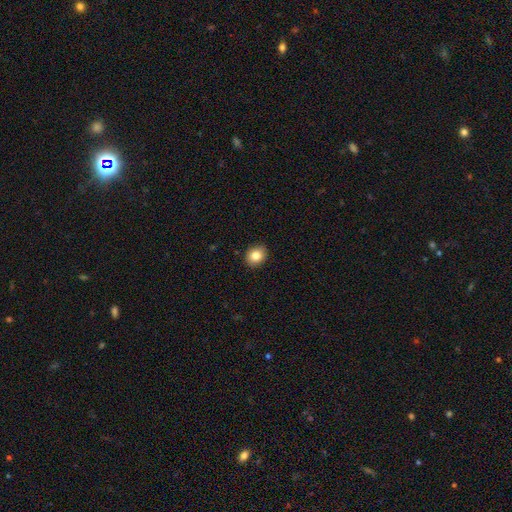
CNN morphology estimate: Smooth or featured? Predicted: smooth (p=0.83). How rounded? Predicted: round (p=0.58). Merging? Predicted: none (p=0.90).